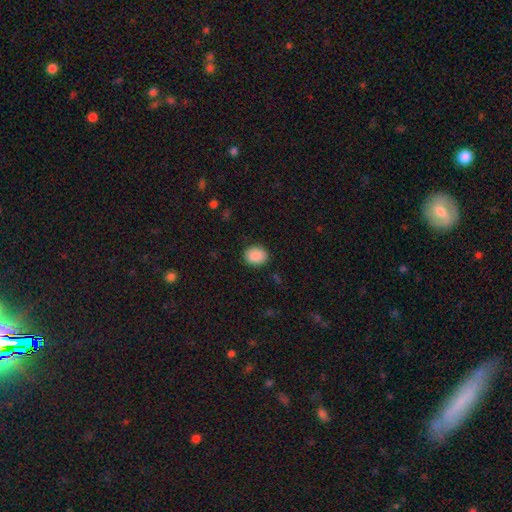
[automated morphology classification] type=smooth (88%); roundness=round (52%); merging=none (88%).